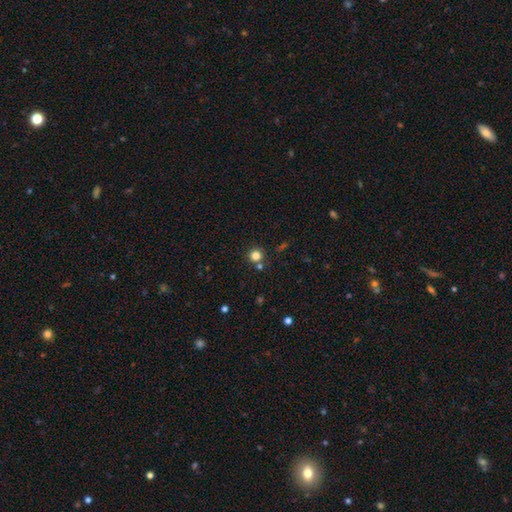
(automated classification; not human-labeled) This appears to be a smooth galaxy with no disk features (80%) that is round (94%). Merging: none (80%).